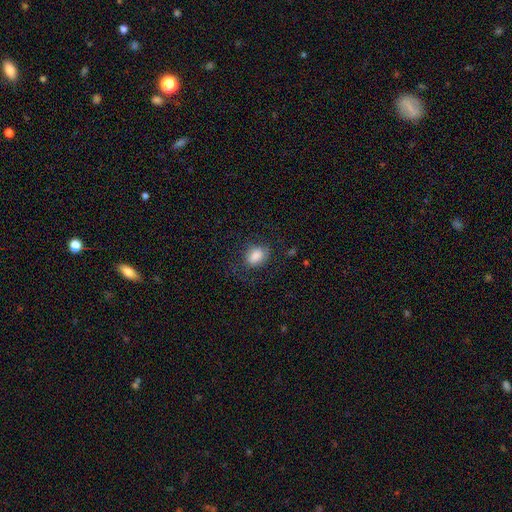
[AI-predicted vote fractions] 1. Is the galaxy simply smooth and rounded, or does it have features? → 81% smooth, 10% featured or disk, 8% star or artifact.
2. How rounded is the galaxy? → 71% in between, 28% round, 1% cigar-shaped.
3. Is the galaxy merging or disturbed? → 65% none, 20% minor disturbance, 13% major disturbance, 2% merger.